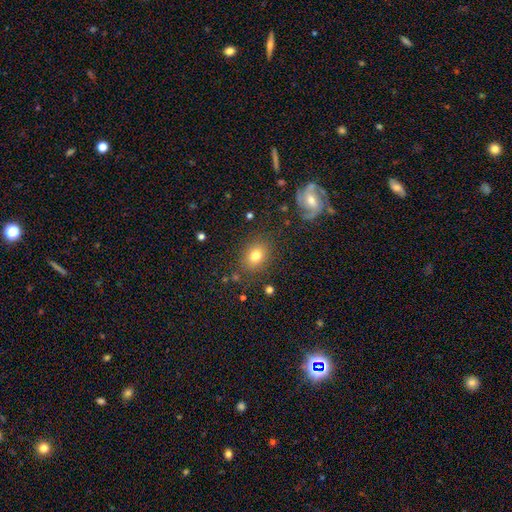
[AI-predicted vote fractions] Q: Smooth or featured?
A: smooth (76%); runner-up: star or artifact (13%)
Q: How rounded?
A: in between (51%); runner-up: round (48%)
Q: Merging?
A: none (83%); runner-up: minor disturbance (11%)